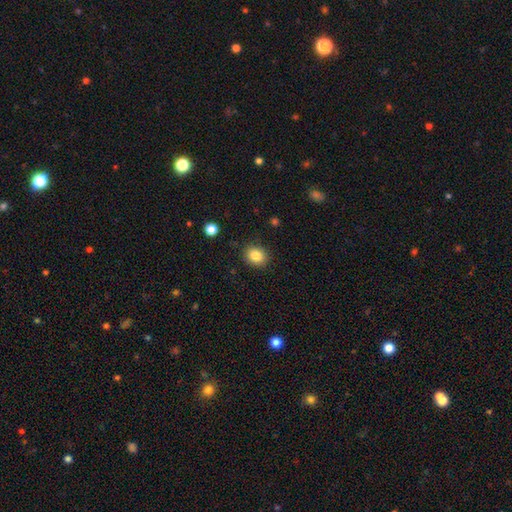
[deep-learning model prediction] This appears to be a smooth galaxy with no disk features (85%) that is round (63%). Merging: none (88%).